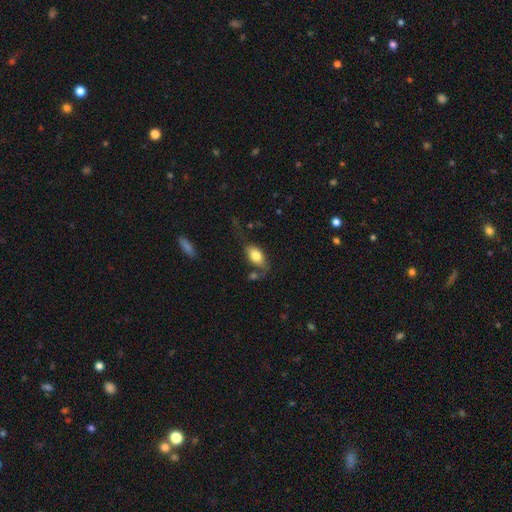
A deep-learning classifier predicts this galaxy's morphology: smooth 76%, featured or disk 17%, star or artifact 7%. Down the decision tree: how rounded — in between (90%); merging — none (56%).